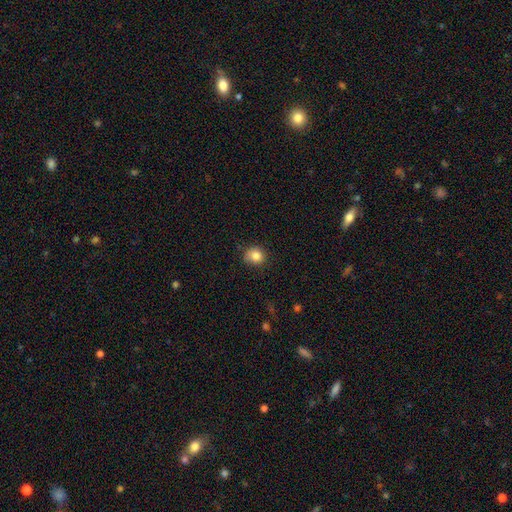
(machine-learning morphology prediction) This appears to be a smooth galaxy with no disk features (83%) that is round (83%). Merging: none (72%).